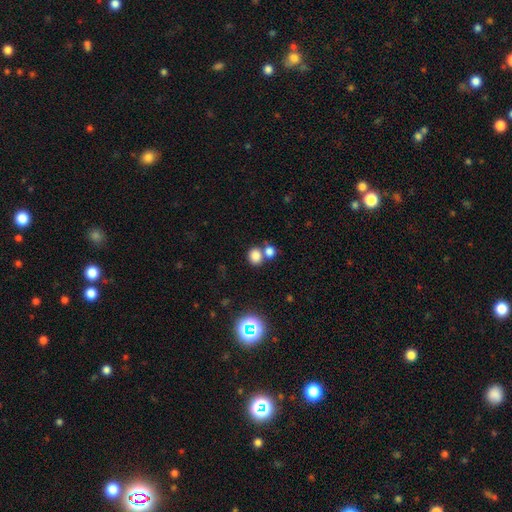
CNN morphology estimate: Smooth or featured? smooth (79%)
How rounded? round (65%)
Merging? none (51%)